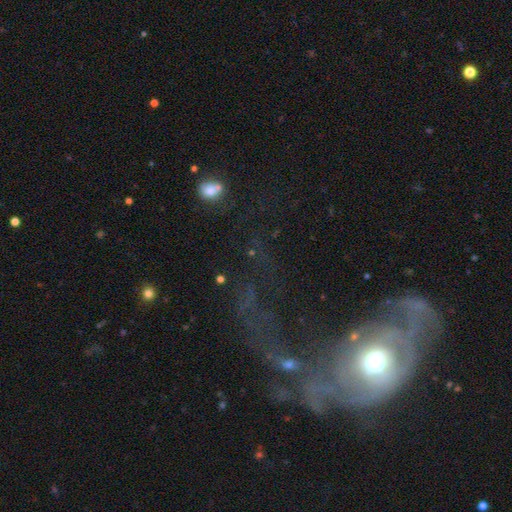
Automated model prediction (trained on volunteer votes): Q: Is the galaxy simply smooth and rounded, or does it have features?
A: featured or disk — 51%.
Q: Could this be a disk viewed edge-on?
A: no — 88%.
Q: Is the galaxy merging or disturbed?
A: none — 39%.